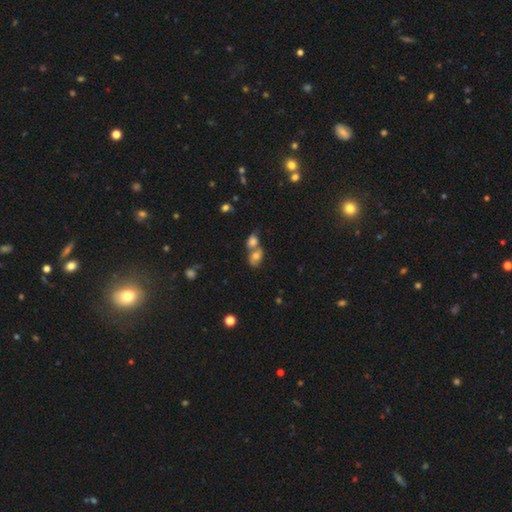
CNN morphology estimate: The model was most divided on "merging": merger: 62%, none: 26%, minor disturbance: 8%, major disturbance: 4%. More confident: smooth or featured — smooth (68%); how rounded — in between (67%).